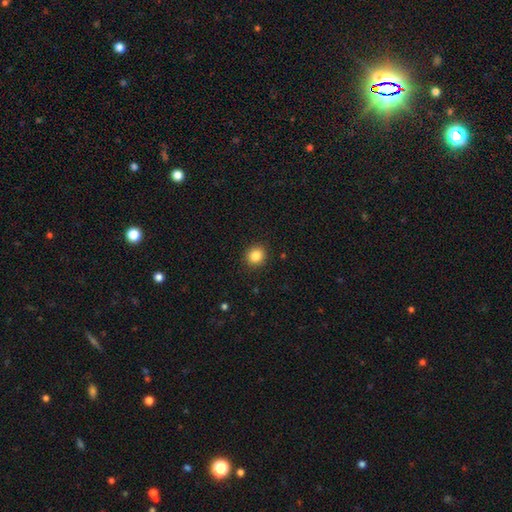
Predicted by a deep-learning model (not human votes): Morphology: type=smooth (85%); roundness=round (85%); merging=none (91%).